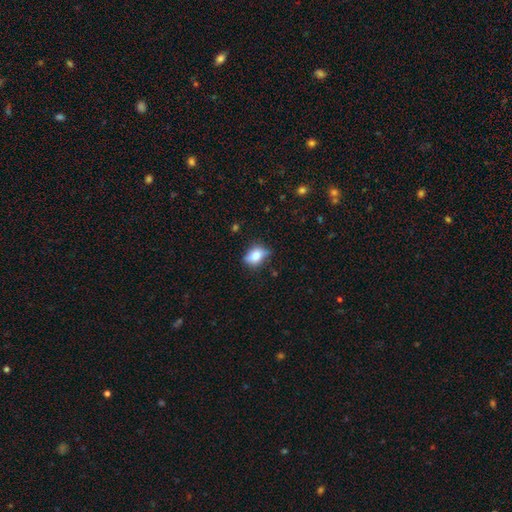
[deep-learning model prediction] smooth 72%, featured or disk 19%, star or artifact 9%. Down the decision tree: how rounded — in between (70%); merging — none (69%).